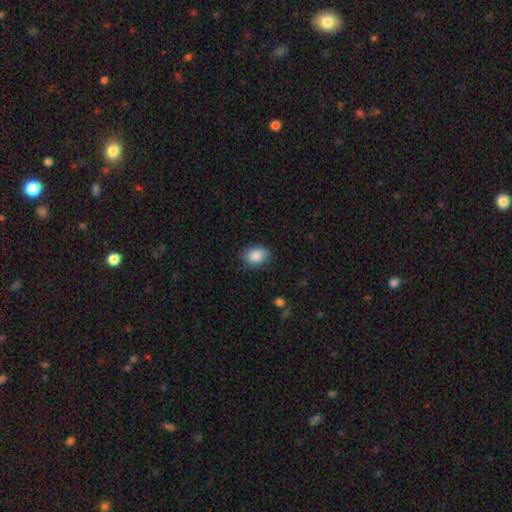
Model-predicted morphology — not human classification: type=smooth (87%); roundness=in between (68%); merging=none (80%).